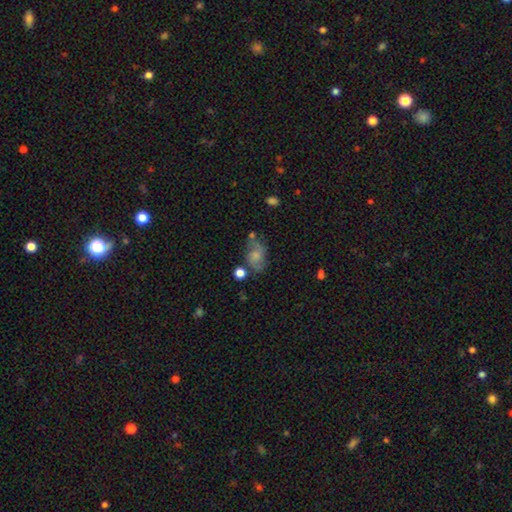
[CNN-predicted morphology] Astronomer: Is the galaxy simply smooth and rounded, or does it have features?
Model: smooth — 59%.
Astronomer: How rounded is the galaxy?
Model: in between — 78%.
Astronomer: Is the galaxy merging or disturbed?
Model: none — 45% (runner-up: minor disturbance, 26%).